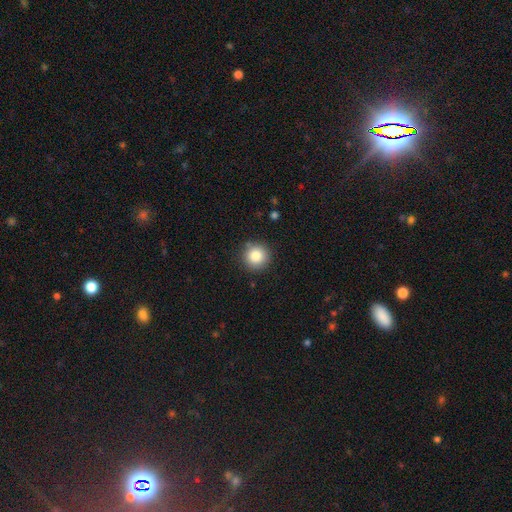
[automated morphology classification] This appears to be a smooth galaxy with no disk features (84%) that is round (95%). Merging: none (88%).